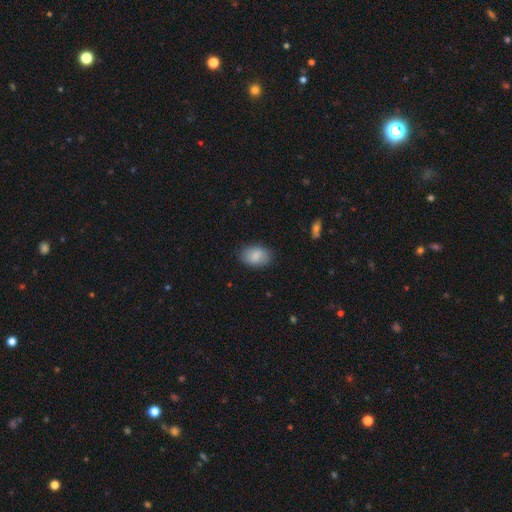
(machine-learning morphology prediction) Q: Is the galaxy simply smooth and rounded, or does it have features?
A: smooth — 83%.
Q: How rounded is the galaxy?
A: in between — 86%.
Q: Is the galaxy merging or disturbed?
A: none — 83%.